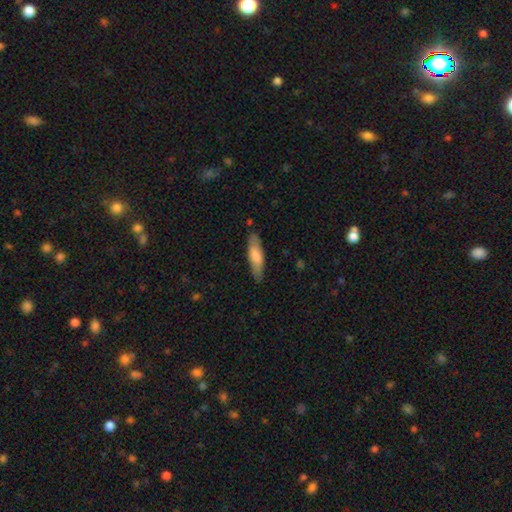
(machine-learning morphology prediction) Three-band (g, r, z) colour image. It shows a smooth galaxy with no disk features (71%) that is cigar-shaped (55%). Merging: none (83%).